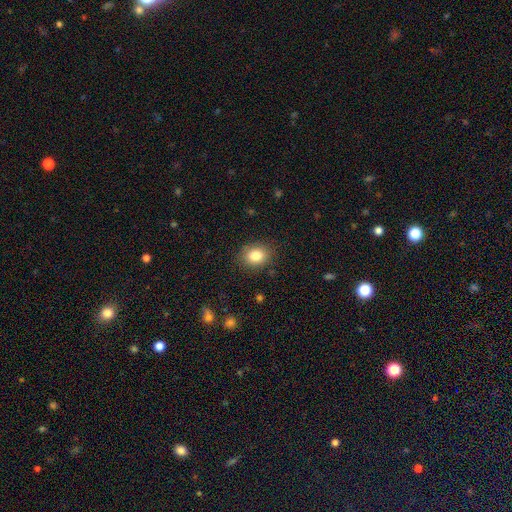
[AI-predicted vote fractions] A smooth galaxy with no disk features (84%) that is round (52%).

Vote fractions:
- Smooth or featured? smooth: 84% / star or artifact: 10% / featured or disk: 6%
- How rounded? round: 52% / in between: 47% / cigar-shaped: 1%
- Merging? none: 86% / minor disturbance: 10% / major disturbance: 3% / merger: 1%